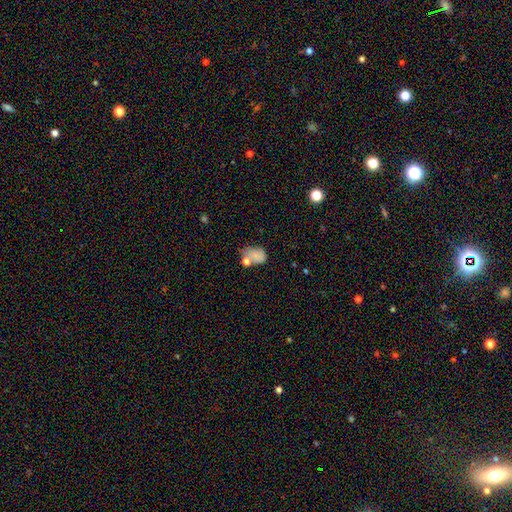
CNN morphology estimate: Smooth or featured? smooth (74%)
How rounded? in between (73%)
Merging? none (37%)